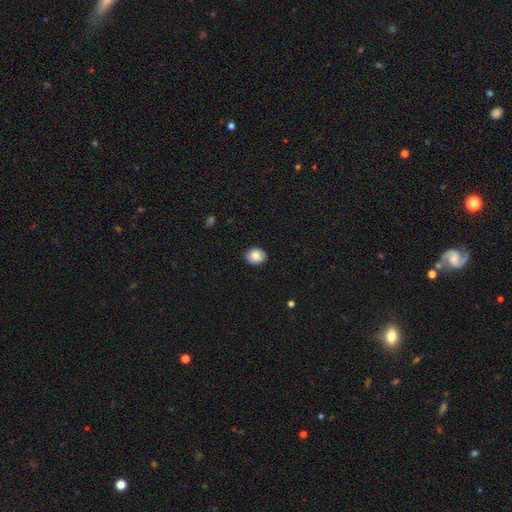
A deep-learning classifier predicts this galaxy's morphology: This is clearly a smooth galaxy (83%). How rounded: possibly round (60%). Merging: clearly none (90%).